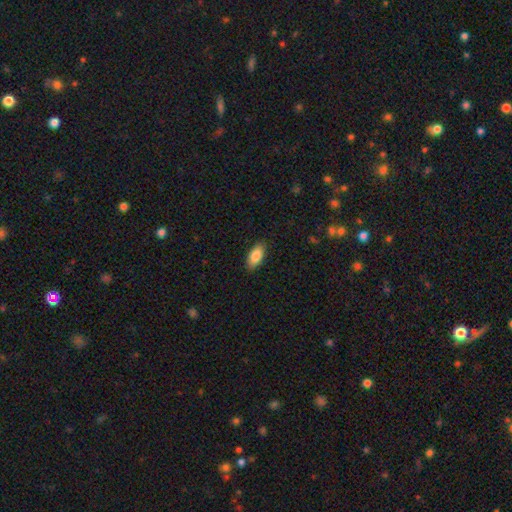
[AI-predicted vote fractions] Q: Smooth or featured?
A: smooth (86%); runner-up: featured or disk (8%)
Q: How rounded?
A: in between (87%); runner-up: cigar-shaped (10%)
Q: Merging?
A: none (88%); runner-up: minor disturbance (10%)